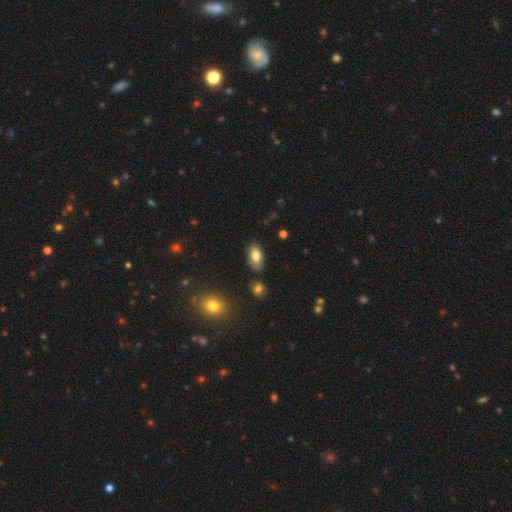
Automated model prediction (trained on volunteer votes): Q: Smooth or featured?
A: smooth (80%); runner-up: featured or disk (12%)
Q: How rounded?
A: in between (92%); runner-up: cigar-shaped (4%)
Q: Merging?
A: none (82%); runner-up: minor disturbance (12%)